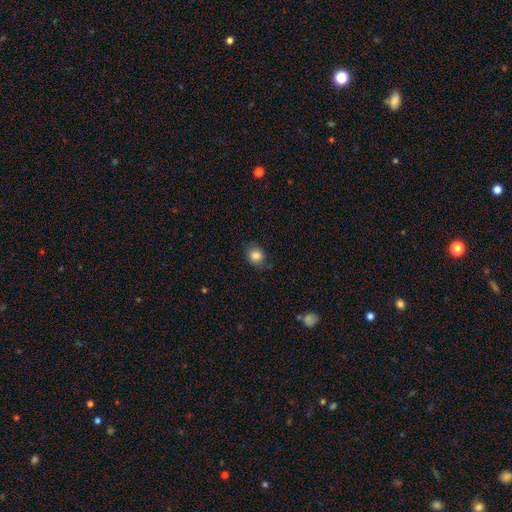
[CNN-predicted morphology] smooth-or-featured: smooth: 84% | star or artifact: 9% | featured or disk: 6%
  how-rounded: round: 72% | in between: 27% | cigar-shaped: 1%
  merging: none: 75% | minor disturbance: 18% | major disturbance: 5% | merger: 2%